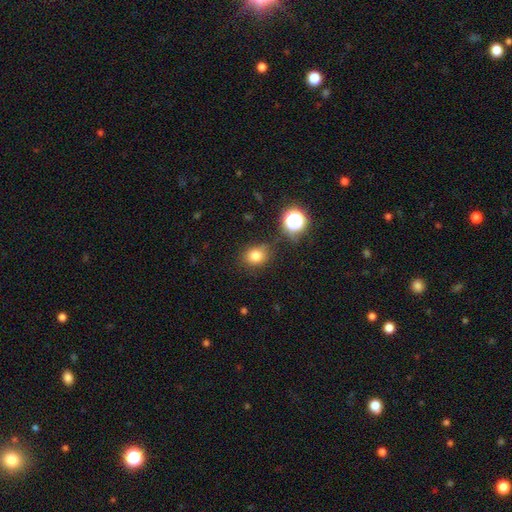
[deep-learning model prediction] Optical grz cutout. It shows a smooth galaxy with no disk features (78%) that is round (58%). Merging: none (76%).